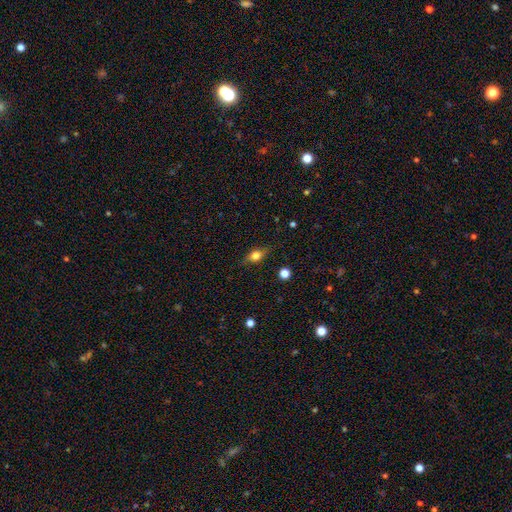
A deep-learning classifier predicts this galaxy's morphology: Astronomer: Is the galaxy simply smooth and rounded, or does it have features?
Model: smooth — 60%.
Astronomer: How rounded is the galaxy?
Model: in between — 64%.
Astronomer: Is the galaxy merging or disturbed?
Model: none — 79%.